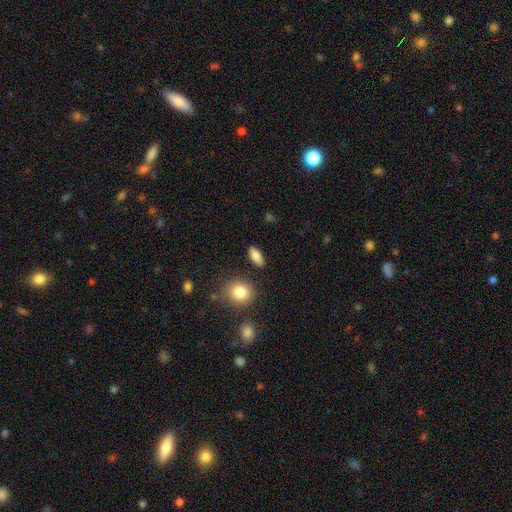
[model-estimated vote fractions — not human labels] This is clearly a smooth galaxy (81%). How rounded: likely in between (77%). Merging: clearly none (87%).